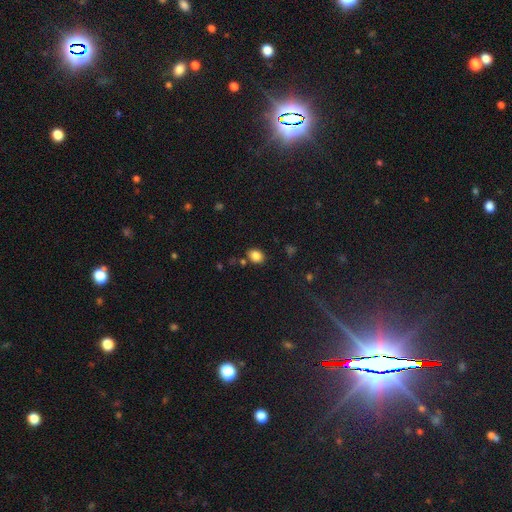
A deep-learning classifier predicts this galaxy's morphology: smooth-or-featured: smooth: 84% | star or artifact: 10% | featured or disk: 6%
  how-rounded: in between: 60% | round: 39% | cigar-shaped: 1%
  merging: none: 81% | minor disturbance: 11% | merger: 5% | major disturbance: 3%